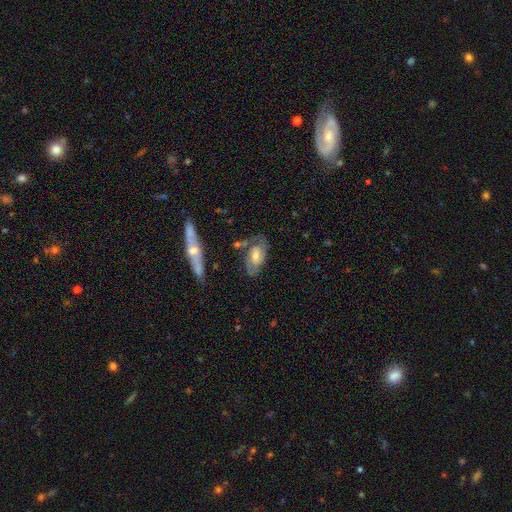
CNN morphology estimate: smooth_or_featured: featured or disk (p=0.74) [alt: smooth p=0.21]
disk_edge_on: no (p=0.91) [alt: yes p=0.09]
bar: no (p=0.49) [alt: weak p=0.38]
has_spiral_arms: yes (p=0.84) [alt: no p=0.16]
spiral_winding: tight (p=0.47) [alt: medium p=0.41]
spiral_arm_count: 2 (p=0.72) [alt: can't tell p=0.17]
bulge_size: moderate (p=0.57) [alt: small p=0.31]
merging: none (p=0.66) [alt: minor disturbance p=0.19]